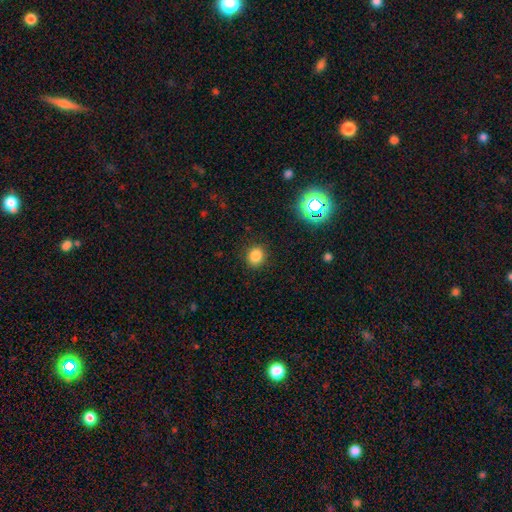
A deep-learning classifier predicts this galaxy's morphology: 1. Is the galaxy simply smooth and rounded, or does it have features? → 83% smooth, 13% star or artifact, 4% featured or disk.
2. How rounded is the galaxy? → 74% round, 25% in between, 1% cigar-shaped.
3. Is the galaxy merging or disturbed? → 89% none, 7% minor disturbance, 3% major disturbance, 1% merger.